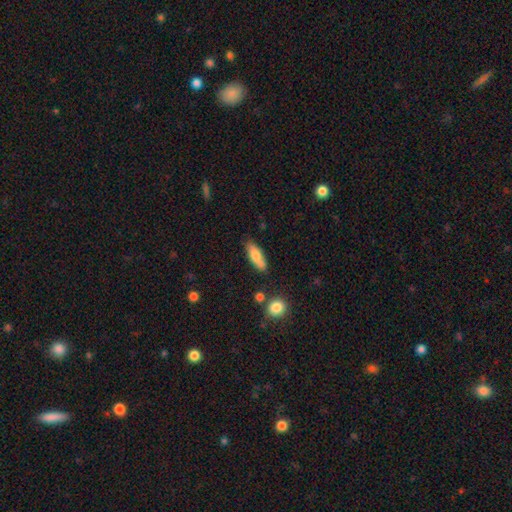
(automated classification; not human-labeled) Overall: smooth (75%). How rounded: in between (60%; cigar-shaped 37%). Merging: none (72%).